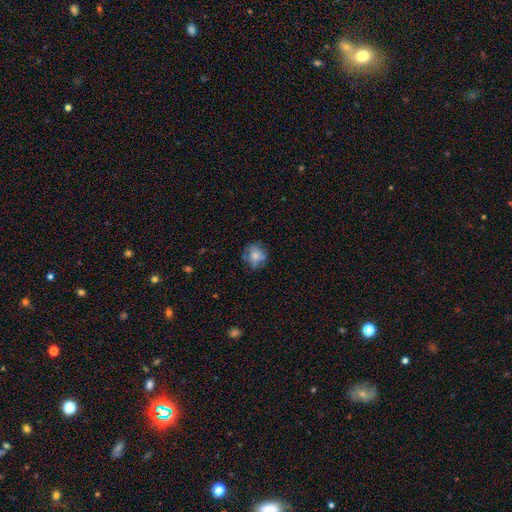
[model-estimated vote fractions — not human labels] A smooth galaxy with no disk features (71%) that is round (77%).

Vote fractions:
- Smooth or featured? smooth: 71% / featured or disk: 19% / star or artifact: 10%
- How rounded? round: 77% / in between: 22% / cigar-shaped: 1%
- Merging? none: 70% / minor disturbance: 21% / major disturbance: 7% / merger: 2%